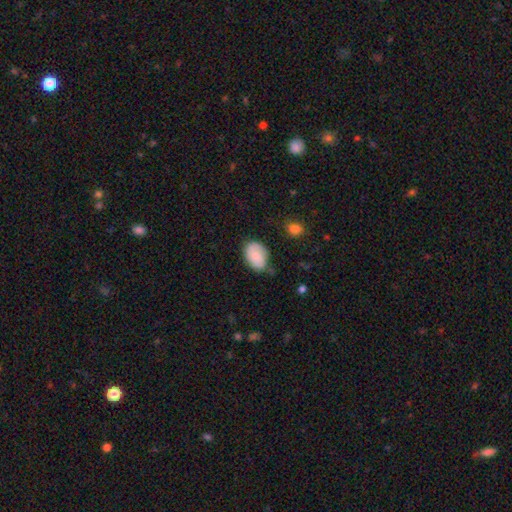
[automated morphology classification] A smooth galaxy with no disk features (73%) that is in between round and cigar-shaped (82%).

Vote fractions:
- Smooth or featured? smooth: 73% / featured or disk: 20% / star or artifact: 7%
- How rounded? in between: 82% / round: 17% / cigar-shaped: 1%
- Merging? none: 60% / minor disturbance: 30% / major disturbance: 7% / merger: 4%